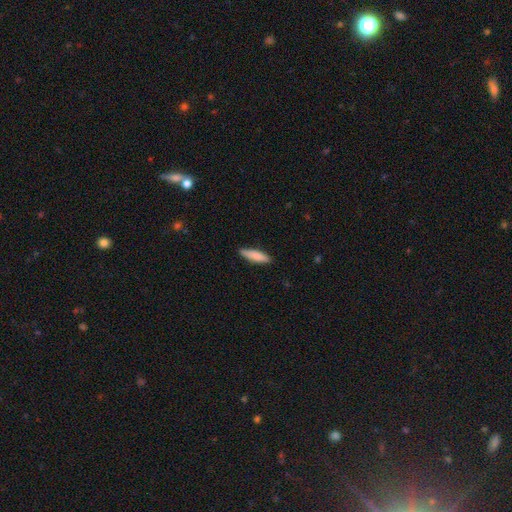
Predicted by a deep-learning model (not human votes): Overall: smooth (84%). How rounded: cigar-shaped (67%; in between 31%). Merging: none (82%).